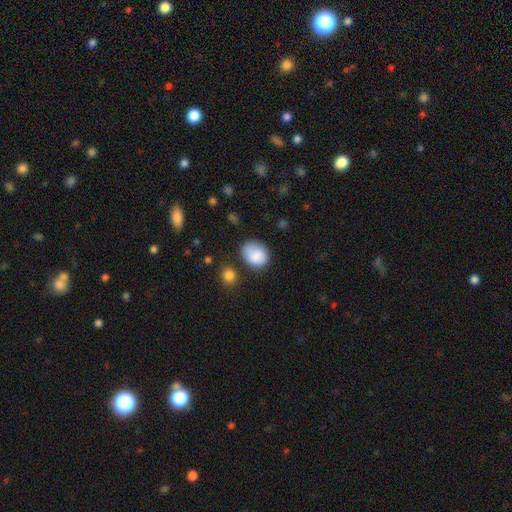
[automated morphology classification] smooth-or-featured: smooth: 85% | star or artifact: 8% | featured or disk: 7%
  how-rounded: round: 53% | in between: 46% | cigar-shaped: 1%
  merging: none: 63% | minor disturbance: 25% | major disturbance: 8% | merger: 5%